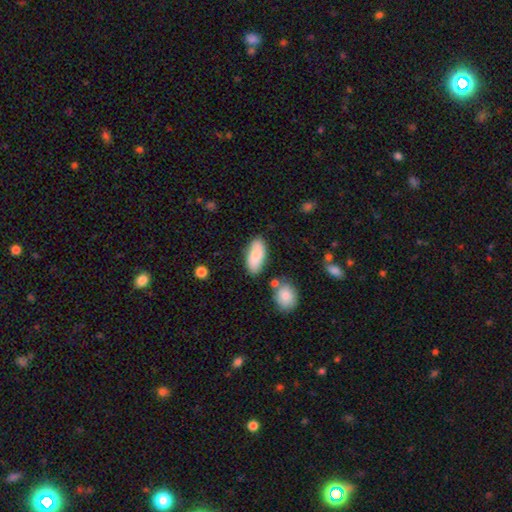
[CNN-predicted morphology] smooth_or_featured: smooth (p=0.82) [alt: featured or disk p=0.12]
how_rounded: in between (p=0.89) [alt: cigar-shaped p=0.09]
merging: none (p=0.75) [alt: minor disturbance p=0.15]